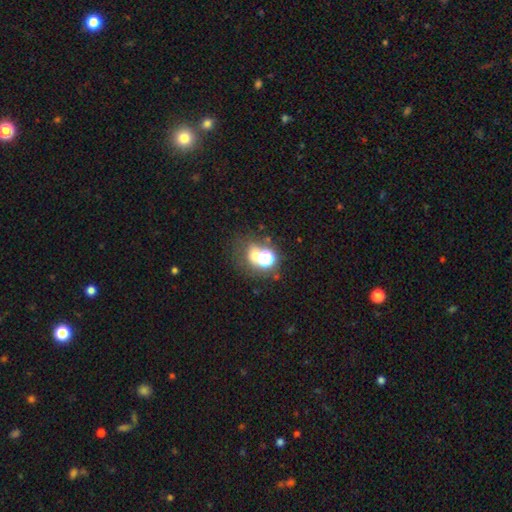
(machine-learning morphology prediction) This appears to be a smooth galaxy with no disk features (46%). Merging: none (54%).